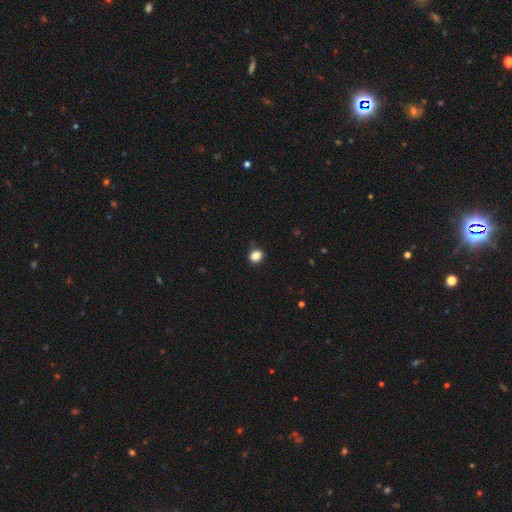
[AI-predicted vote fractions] Smooth or featured? Predicted: smooth (p=0.86). How rounded? Predicted: round (p=0.56). Merging? Predicted: none (p=0.85).